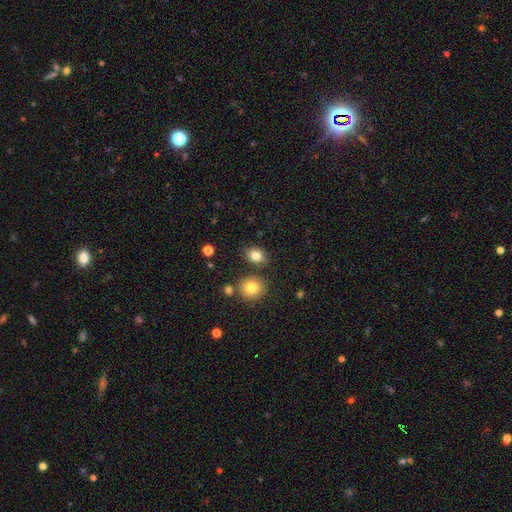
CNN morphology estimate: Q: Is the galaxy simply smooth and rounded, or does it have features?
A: smooth — 82%.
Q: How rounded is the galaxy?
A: in between — 55%.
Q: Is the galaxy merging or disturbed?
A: none — 79%.